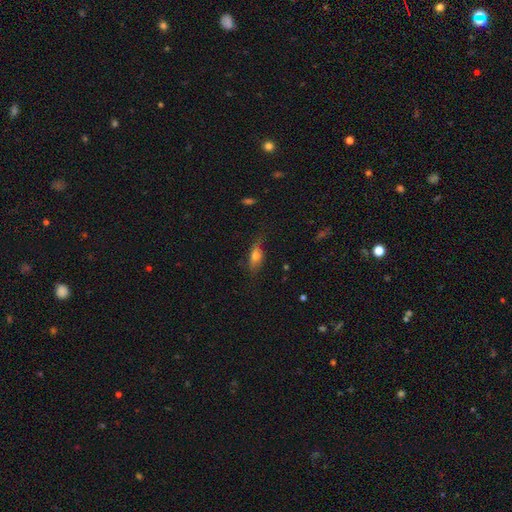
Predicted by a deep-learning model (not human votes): Morphology: type=smooth (60%); roundness=in between (66%); merging=none (65%).